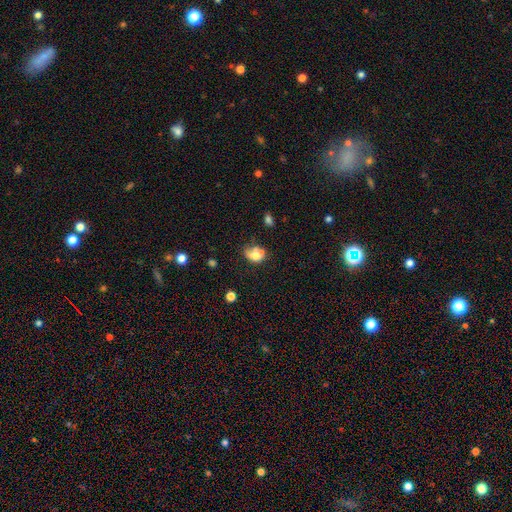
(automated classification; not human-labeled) smooth-or-featured: smooth: 65% | featured or disk: 23% | star or artifact: 12%
  how-rounded: in between: 60% | round: 39% | cigar-shaped: 2%
  merging: merger: 38% | none: 31% | minor disturbance: 19% | major disturbance: 13%